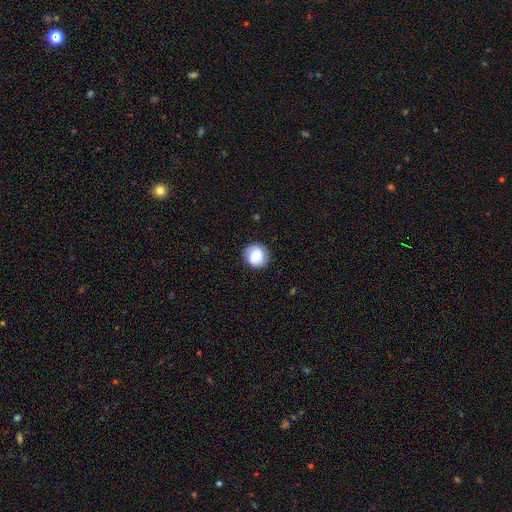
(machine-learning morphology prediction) Smooth or featured: smooth — 70% (featured or disk — 22%)
How rounded: round — 89% (in between — 10%)
Merging: none — 85% (minor disturbance — 11%)